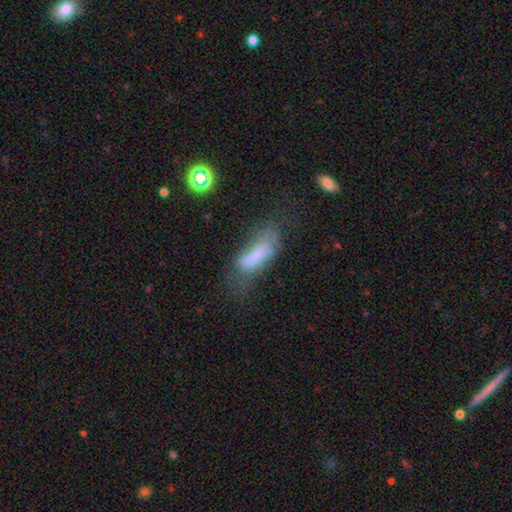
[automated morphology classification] The model was most divided on "merging": major disturbance: 37%, none: 30%, minor disturbance: 27%, merger: 6%. More confident: smooth or featured — smooth (62%); how rounded — in between (55%).